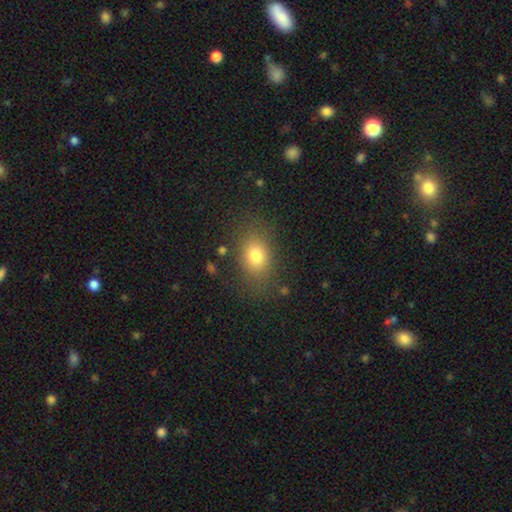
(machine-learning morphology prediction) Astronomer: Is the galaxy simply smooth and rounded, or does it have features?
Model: smooth — 77%.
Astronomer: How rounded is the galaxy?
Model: in between — 65%.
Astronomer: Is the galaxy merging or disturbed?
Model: none — 79%.